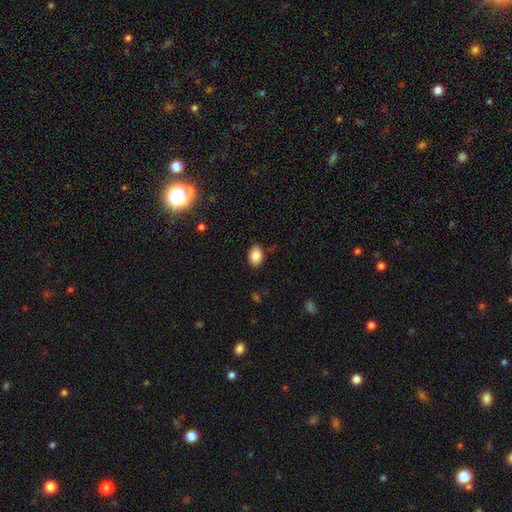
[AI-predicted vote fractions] This is clearly a smooth galaxy (85%). How rounded: clearly in between (81%). Merging: clearly none (84%).